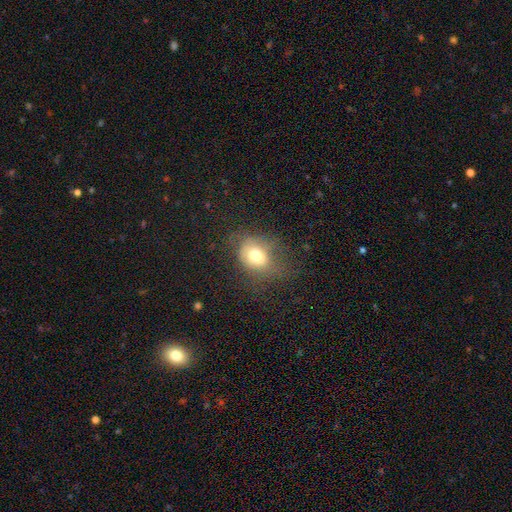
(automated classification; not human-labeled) Smooth or featured?
  - smooth: 70% *
  - featured or disk: 17%
  - star or artifact: 13%
How rounded?
  - round: 54% *
  - in between: 44%
  - cigar-shaped: 1%
Merging?
  - none: 48% *
  - minor disturbance: 27%
  - major disturbance: 23%
  - merger: 2%